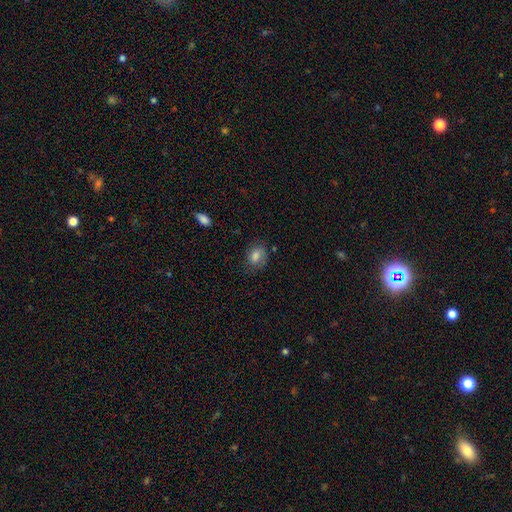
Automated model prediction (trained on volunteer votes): smooth-or-featured: smooth: 77% | featured or disk: 14% | star or artifact: 9%
  how-rounded: in between: 70% | round: 28% | cigar-shaped: 1%
  merging: none: 70% | minor disturbance: 21% | major disturbance: 7% | merger: 2%